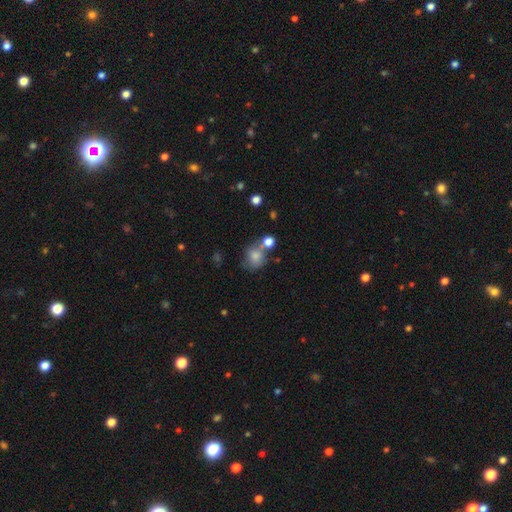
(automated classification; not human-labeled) A smooth galaxy with no disk features (77%) that is round (71%). Merging: none (47%).